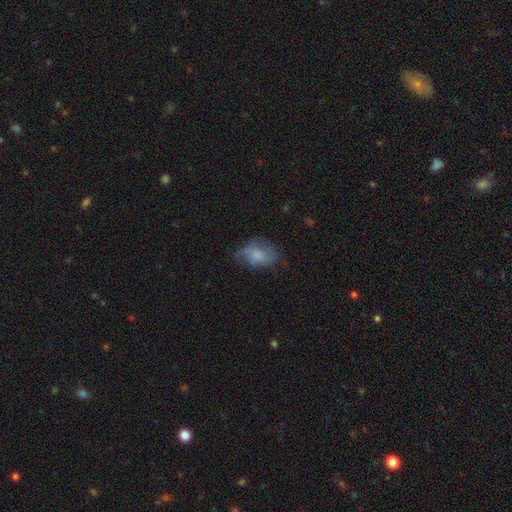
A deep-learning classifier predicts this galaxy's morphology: smooth-or-featured: smooth: 61% | featured or disk: 29% | star or artifact: 10%
  how-rounded: in between: 85% | round: 13% | cigar-shaped: 2%
  merging: none: 54% | minor disturbance: 28% | major disturbance: 16% | merger: 2%